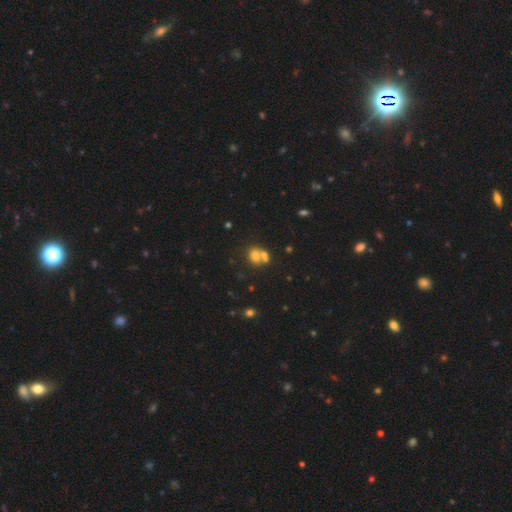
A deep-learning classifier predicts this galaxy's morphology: Smooth or featured? smooth (68%)
How rounded? round (57%)
Merging? merger (52%)